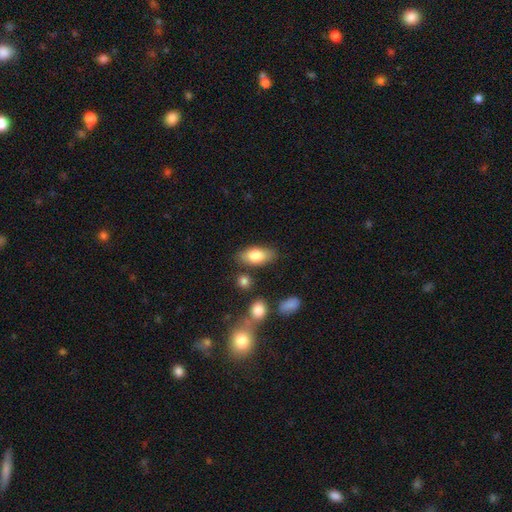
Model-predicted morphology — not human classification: smooth-or-featured: smooth: 79% | featured or disk: 14% | star or artifact: 7%
  how-rounded: in between: 89% | cigar-shaped: 7% | round: 4%
  merging: none: 80% | minor disturbance: 12% | merger: 4% | major disturbance: 3%